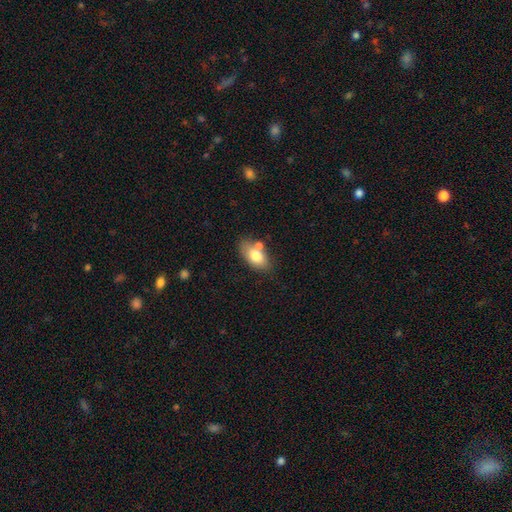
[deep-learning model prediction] A smooth galaxy with no disk features (75%) that is in between round and cigar-shaped (90%). Merging: none (60%).